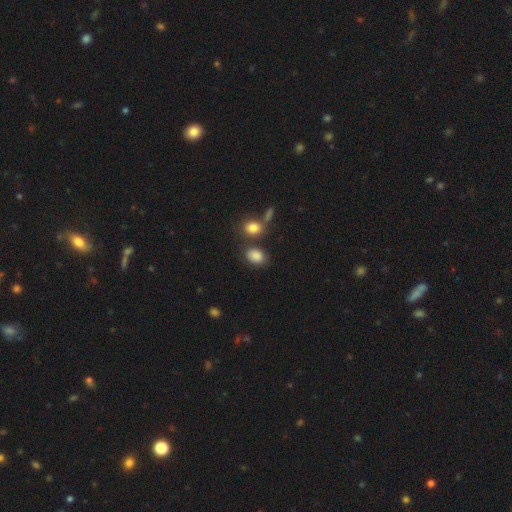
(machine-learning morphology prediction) smooth 85%, star or artifact 9%, featured or disk 6%. Down the decision tree: how rounded — in between (67%); merging — none (66%).